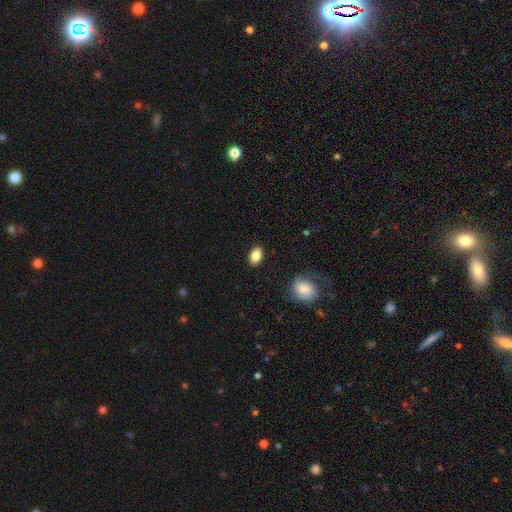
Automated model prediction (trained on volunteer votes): smooth-or-featured: smooth: 85% | star or artifact: 8% | featured or disk: 7%
  how-rounded: in between: 87% | round: 11% | cigar-shaped: 2%
  merging: none: 88% | minor disturbance: 8% | major disturbance: 2% | merger: 1%